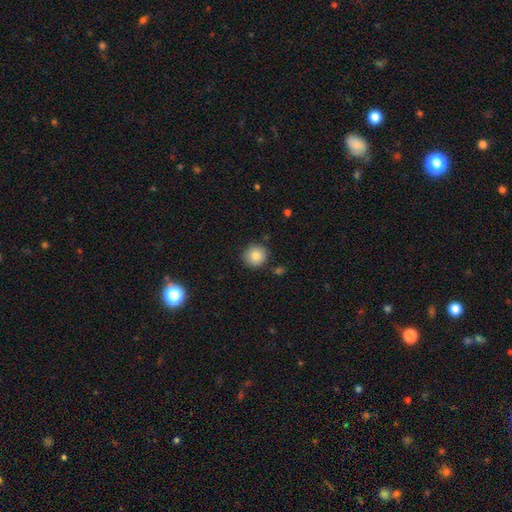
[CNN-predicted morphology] Q: Smooth or featured?
A: smooth (84%); runner-up: star or artifact (9%)
Q: How rounded?
A: round (94%); runner-up: in between (5%)
Q: Merging?
A: none (88%); runner-up: minor disturbance (8%)